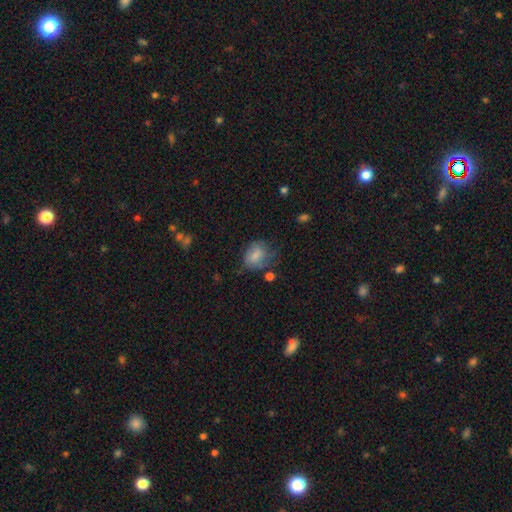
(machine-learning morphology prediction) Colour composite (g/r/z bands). It shows a smooth galaxy with no disk features (75%) that is in between round and cigar-shaped (55%). Merging: none (50%).